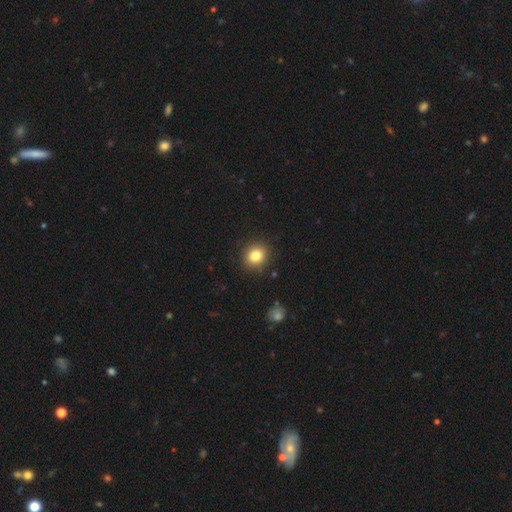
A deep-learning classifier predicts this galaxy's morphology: smooth_or_featured: smooth (p=0.82) [alt: star or artifact p=0.11]
how_rounded: round (p=0.78) [alt: in between p=0.21]
merging: none (p=0.89) [alt: minor disturbance p=0.08]